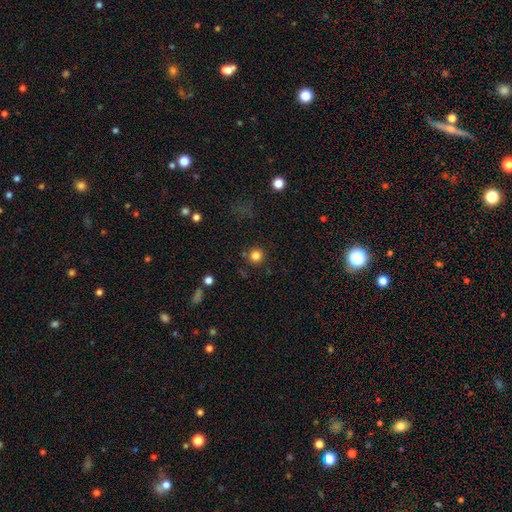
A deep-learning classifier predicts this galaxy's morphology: Smooth or featured? smooth (83%)
How rounded? round (94%)
Merging? none (86%)